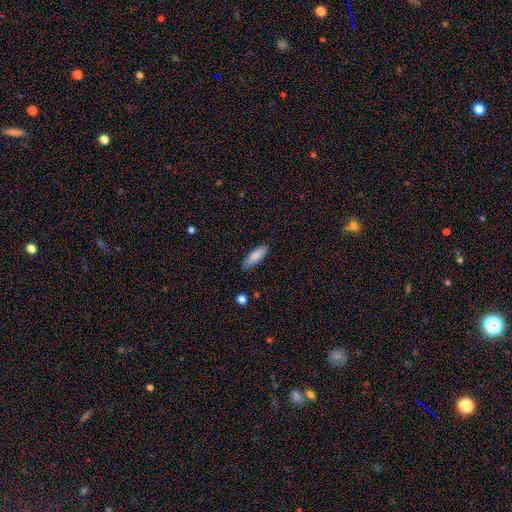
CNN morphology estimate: A smooth galaxy with no disk features (83%) that is in between round and cigar-shaped (51%). Merging: none (85%).